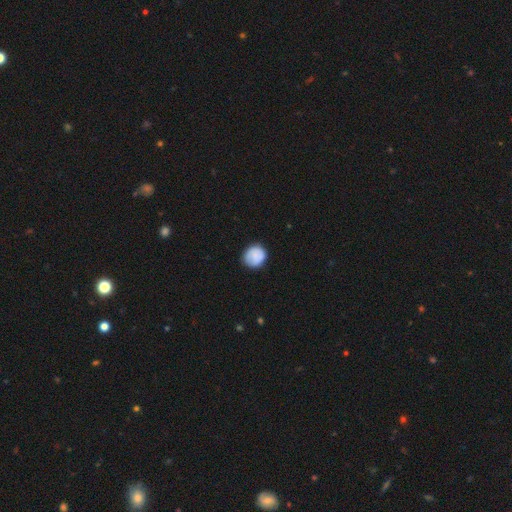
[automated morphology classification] Smooth or featured: smooth — 82% (featured or disk — 11%)
How rounded: round — 81% (in between — 18%)
Merging: none — 79% (minor disturbance — 16%)